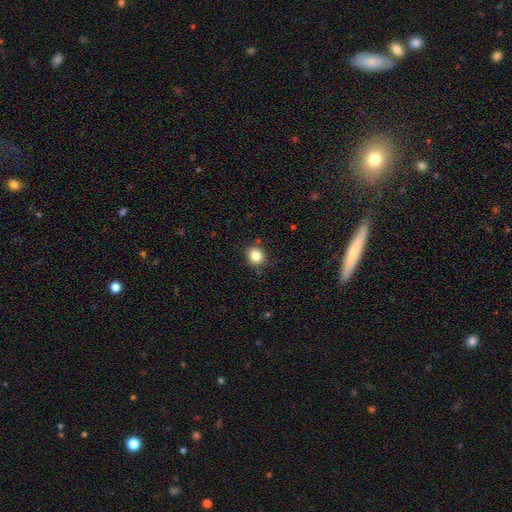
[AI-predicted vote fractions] Morphology: type=smooth (84%); roundness=round (79%); merging=none (86%).